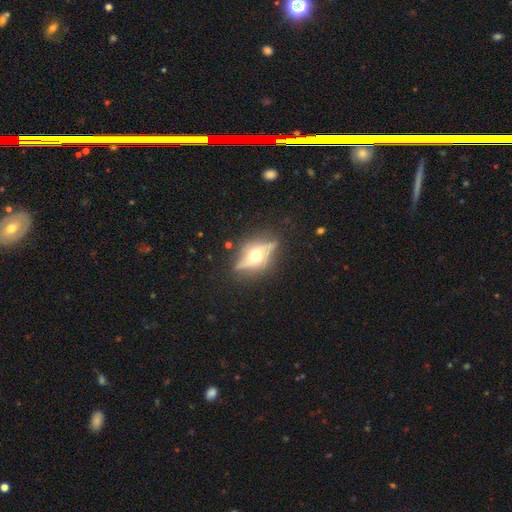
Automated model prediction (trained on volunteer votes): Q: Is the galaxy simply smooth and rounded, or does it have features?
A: featured or disk — 75%.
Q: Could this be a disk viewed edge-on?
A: yes — 76%.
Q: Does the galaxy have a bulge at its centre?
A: rounded — 95%.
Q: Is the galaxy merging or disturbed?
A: none — 78%.